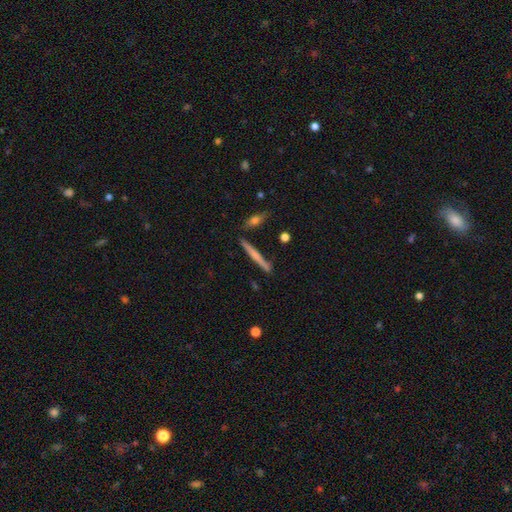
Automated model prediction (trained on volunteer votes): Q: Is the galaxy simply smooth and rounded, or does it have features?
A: smooth — 47%.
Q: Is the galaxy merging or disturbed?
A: none — 86%.